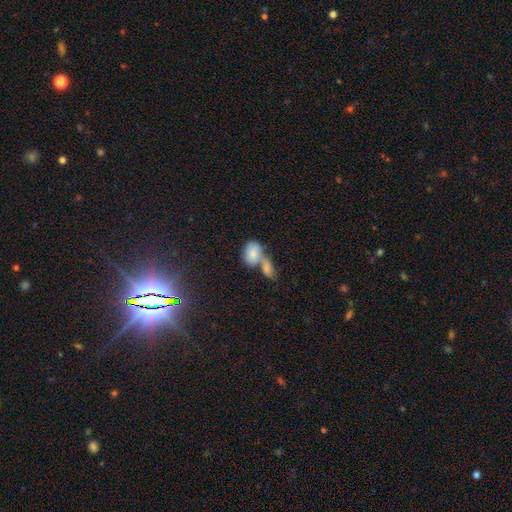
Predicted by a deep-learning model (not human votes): The model was most divided on "smooth or featured": star or artifact: 39%, smooth: 37%, featured or disk: 24%.